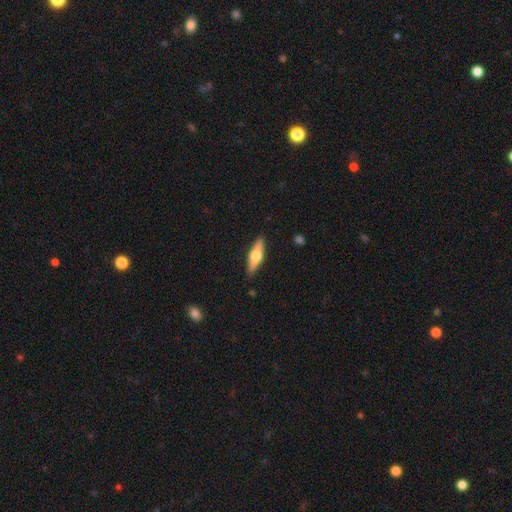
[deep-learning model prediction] A featured or disk galaxy (53%) viewed edge-on (92%). Merging: none (88%).